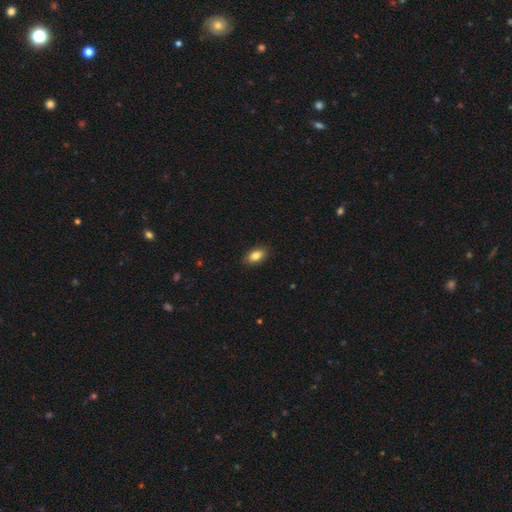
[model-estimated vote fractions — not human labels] Smooth or featured?
  - smooth: 84% *
  - featured or disk: 9%
  - star or artifact: 8%
How rounded?
  - in between: 90% *
  - round: 6%
  - cigar-shaped: 3%
Merging?
  - none: 89% *
  - minor disturbance: 8%
  - major disturbance: 2%
  - merger: 1%